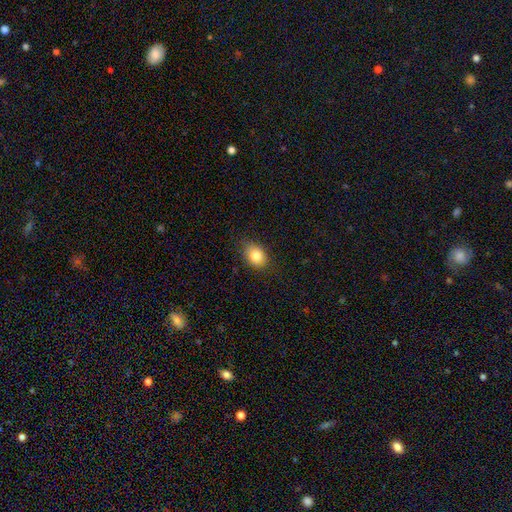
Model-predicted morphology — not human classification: A smooth galaxy with no disk features (82%) that is in between round and cigar-shaped (67%). Merging: none (83%).